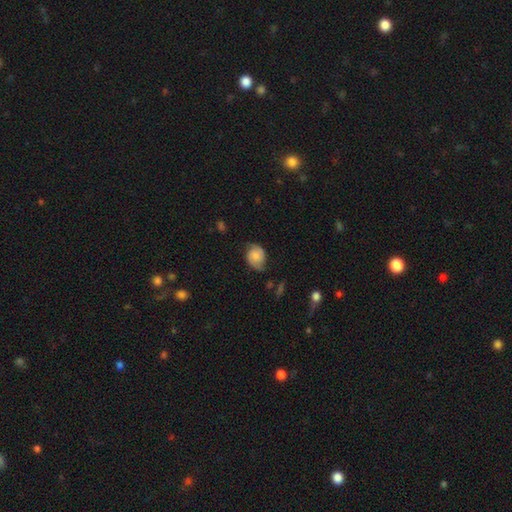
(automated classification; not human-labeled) Smooth or featured? Predicted: featured or disk (p=0.51). Edge-on disk? Predicted: no (p=0.97). Merging? Predicted: none (p=0.66).